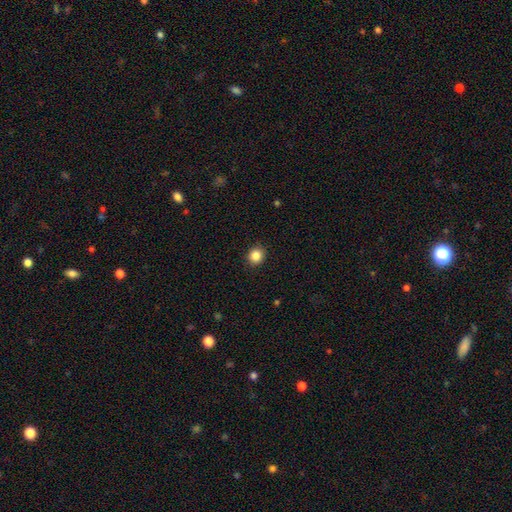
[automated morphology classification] smooth-or-featured: smooth: 86% | star or artifact: 10% | featured or disk: 4%
  how-rounded: round: 84% | in between: 15% | cigar-shaped: 1%
  merging: none: 91% | minor disturbance: 6% | major disturbance: 2% | merger: 1%